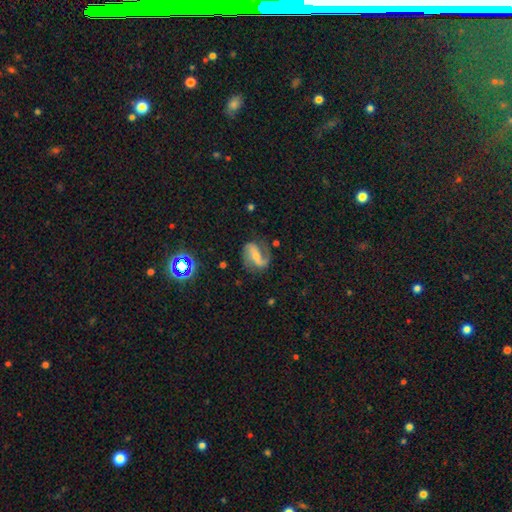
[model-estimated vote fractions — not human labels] This appears to be a featured or disk galaxy (83%) with a strong bar (42%), 2 (87%) loose (45%) spiral arms (95%) and a small central bulge (52%). Merging: none (71%).